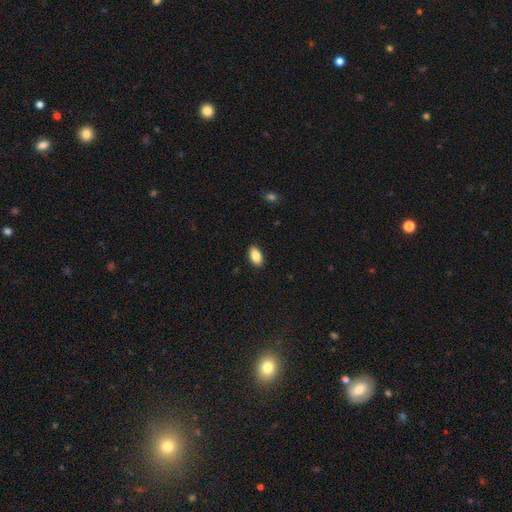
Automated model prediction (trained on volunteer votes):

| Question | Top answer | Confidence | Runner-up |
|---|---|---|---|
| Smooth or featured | smooth | 87% | star or artifact (7%) |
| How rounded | in between | 93% | round (5%) |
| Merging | none | 90% | minor disturbance (8%) |